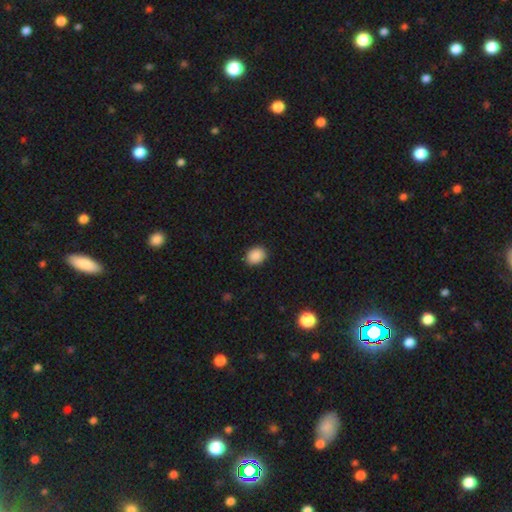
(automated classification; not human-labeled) This appears to be a smooth galaxy with no disk features (89%) that is in between round and cigar-shaped (53%). Merging: none (89%).